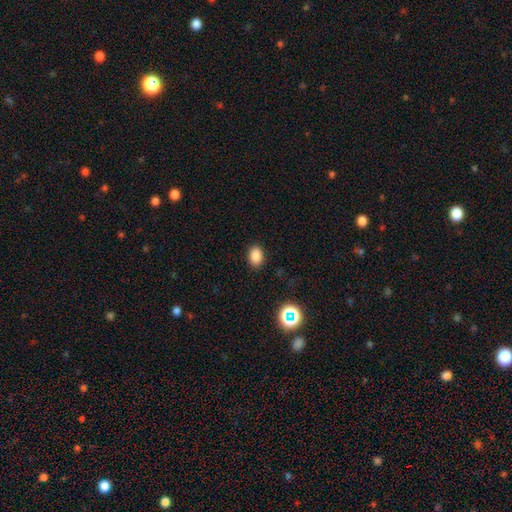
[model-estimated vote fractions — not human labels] Overall: smooth (84%). How rounded: in between (77%). Merging: none (89%).